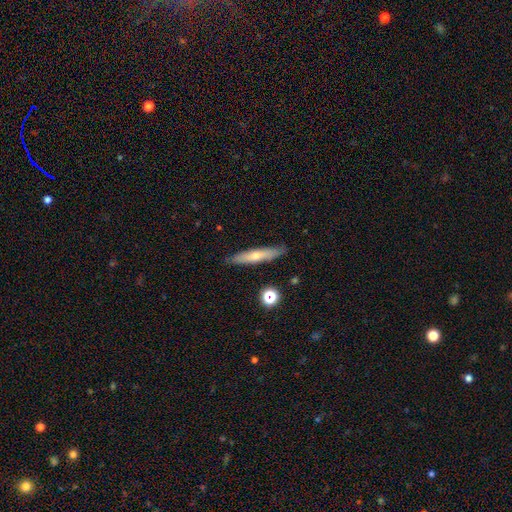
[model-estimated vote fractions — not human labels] The model was most divided on "smooth or featured": smooth: 51%, featured or disk: 42%, star or artifact: 7%. More confident: how rounded — cigar-shaped (88%); merging — none (86%).